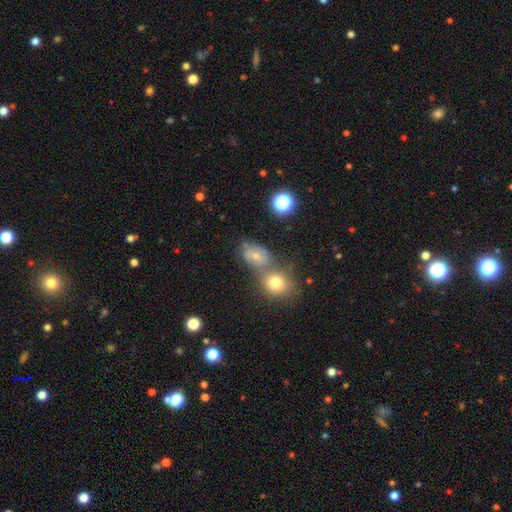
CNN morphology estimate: This is possibly a smooth galaxy (57%). How rounded: possibly in between (57%). Merging: marginally none (40%, tied with merger).